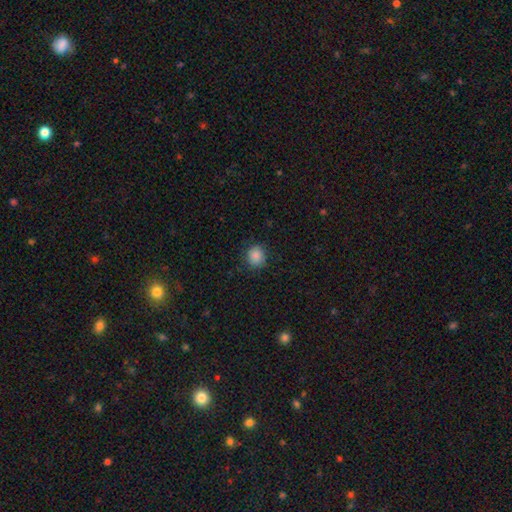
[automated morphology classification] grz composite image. It shows a smooth galaxy with no disk features (87%) that is round (77%). Merging: none (84%).